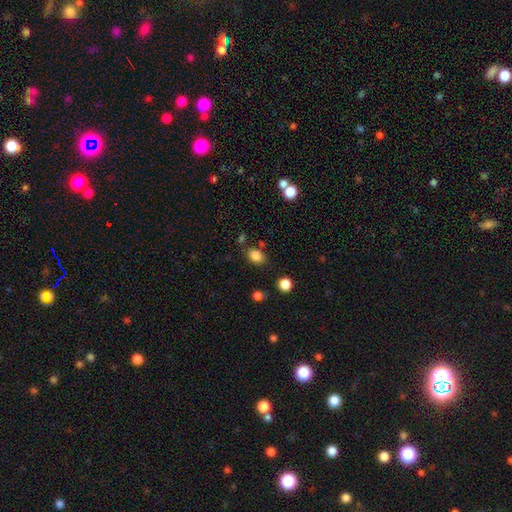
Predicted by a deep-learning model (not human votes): smooth_or_featured: smooth (p=0.84) [alt: star or artifact p=0.11]
how_rounded: in between (p=0.72) [alt: round p=0.27]
merging: none (p=0.76) [alt: minor disturbance p=0.14]